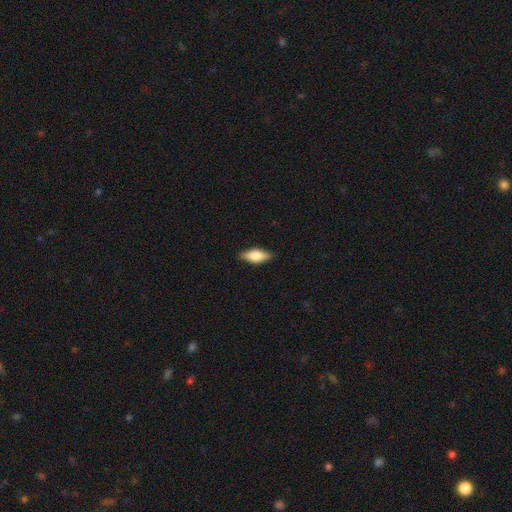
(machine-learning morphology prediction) Smooth or featured? Predicted: smooth (p=0.63). How rounded? Predicted: in between (p=0.70). Merging? Predicted: none (p=0.88).